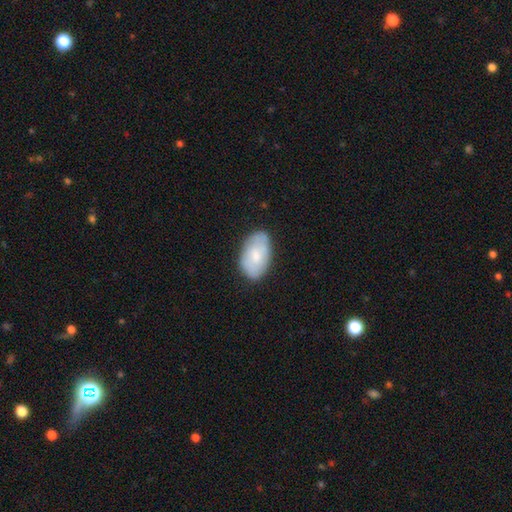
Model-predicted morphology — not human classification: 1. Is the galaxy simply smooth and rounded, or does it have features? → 69% smooth, 25% featured or disk, 6% star or artifact.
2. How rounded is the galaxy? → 94% in between, 5% round, 1% cigar-shaped.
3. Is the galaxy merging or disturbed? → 77% none, 18% minor disturbance, 4% major disturbance, 1% merger.